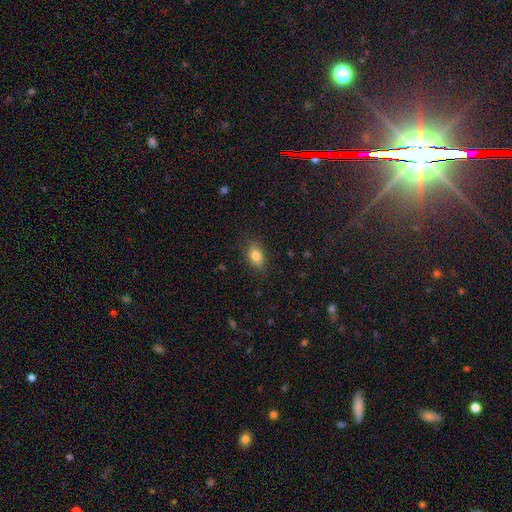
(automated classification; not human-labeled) Overall: smooth (82%). How rounded: in between (83%). Merging: none (83%).